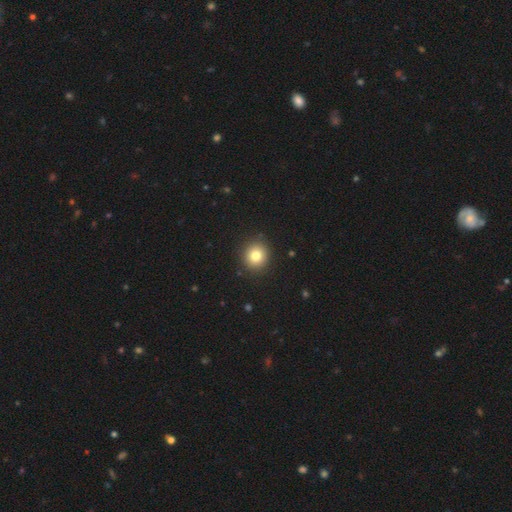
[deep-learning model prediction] Smooth or featured? Predicted: smooth (p=0.81). How rounded? Predicted: round (p=0.88). Merging? Predicted: none (p=0.91).